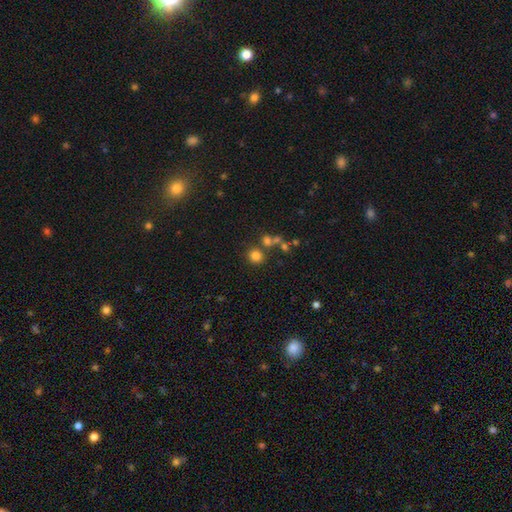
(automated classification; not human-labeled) A smooth galaxy with no disk features (79%) that is round (87%).

Vote fractions:
- Smooth or featured? smooth: 79% / star or artifact: 15% / featured or disk: 7%
- How rounded? round: 87% / in between: 12% / cigar-shaped: 1%
- Merging? none: 74% / merger: 14% / minor disturbance: 8% / major disturbance: 4%